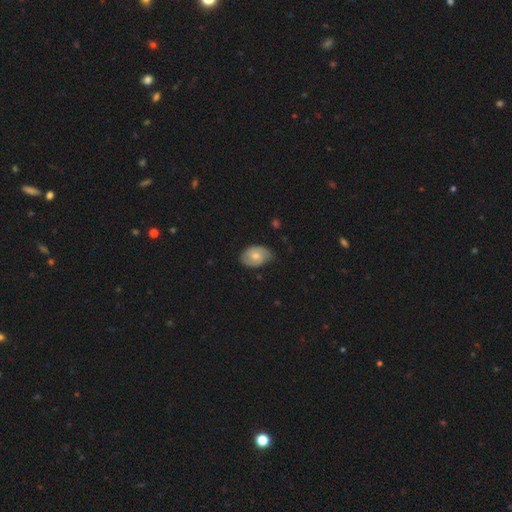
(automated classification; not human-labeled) Smooth or featured? Predicted: smooth (p=0.53). How rounded? Predicted: in between (p=0.81). Merging? Predicted: none (p=0.66).